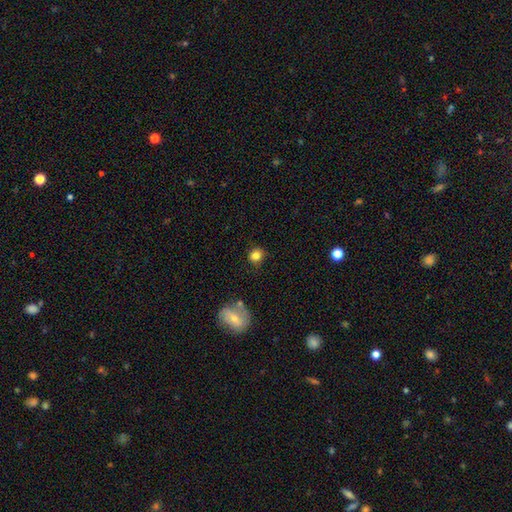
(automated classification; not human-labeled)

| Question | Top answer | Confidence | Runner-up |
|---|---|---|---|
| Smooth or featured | smooth | 82% | star or artifact (10%) |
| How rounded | round | 81% | in between (18%) |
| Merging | none | 82% | minor disturbance (12%) |